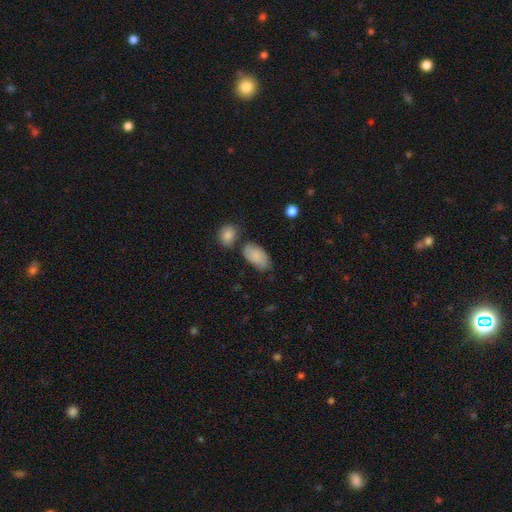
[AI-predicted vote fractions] A smooth galaxy with no disk features (81%) that is in between round and cigar-shaped (93%). Merging: none (61%).